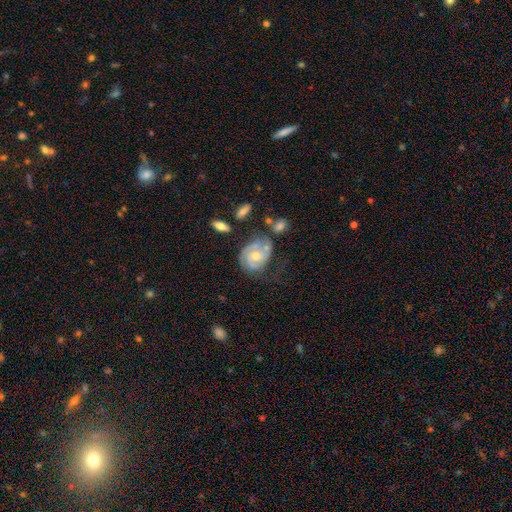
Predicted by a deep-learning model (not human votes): The model was most divided on "bulge size": moderate: 55%, small: 40%, large: 2%, none: 2%, dominant: 1%. Remaining: edge-on disk — no (97%); spiral arms — yes (90%); smooth or featured — featured or disk (75%); bar — no (71%); spiral winding — tight (55%); merging — none (45%); spiral arm count — 2 (44%).